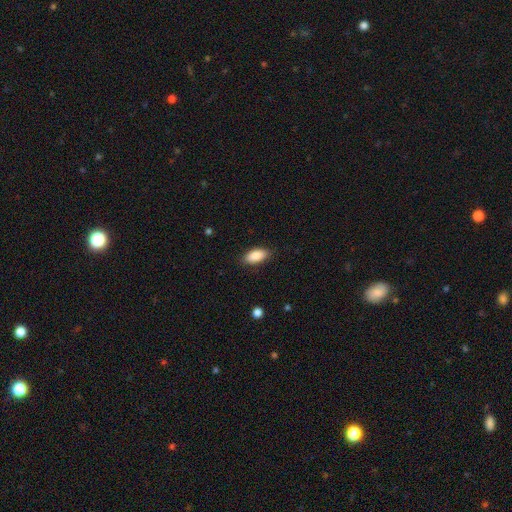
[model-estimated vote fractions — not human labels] This is clearly a smooth galaxy (88%). How rounded: clearly in between (91%). Merging: clearly none (85%).